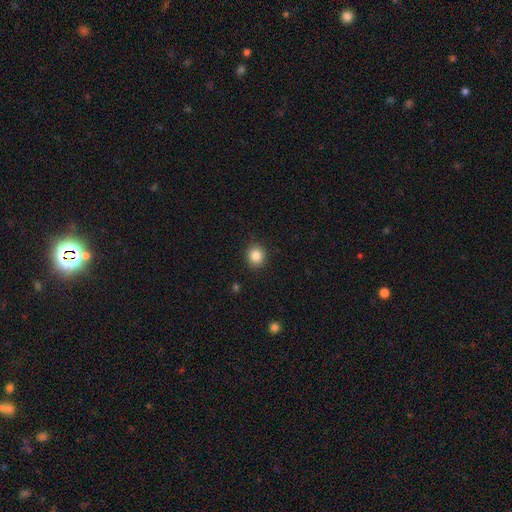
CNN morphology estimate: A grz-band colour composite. It shows a smooth galaxy with no disk features (86%) that is round (85%). Merging: none (90%).